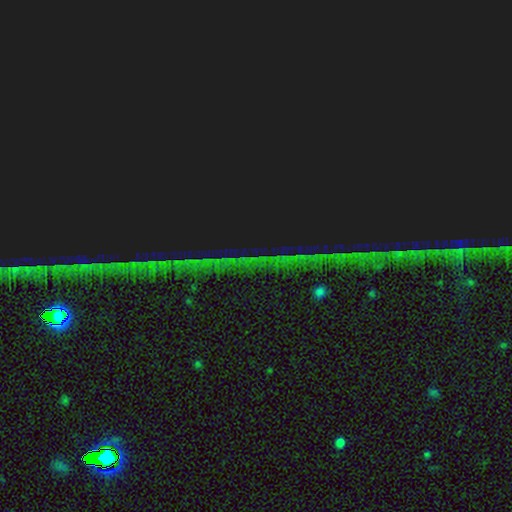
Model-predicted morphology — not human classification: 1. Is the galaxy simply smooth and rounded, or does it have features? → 84% star or artifact, 8% featured or disk, 8% smooth.